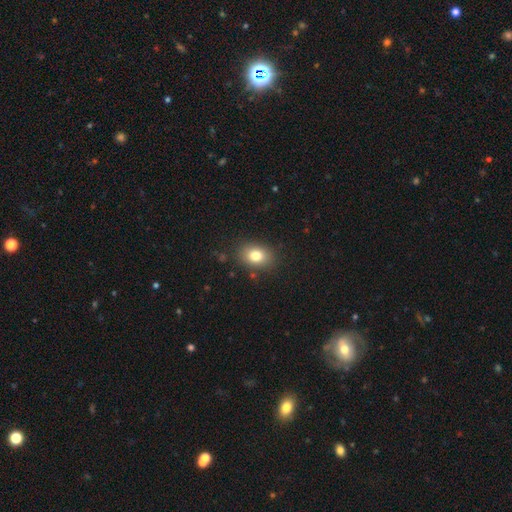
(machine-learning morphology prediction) smooth-or-featured: smooth: 80% | star or artifact: 10% | featured or disk: 10%
  how-rounded: in between: 69% | round: 30% | cigar-shaped: 1%
  merging: none: 84% | minor disturbance: 11% | major disturbance: 3% | merger: 2%